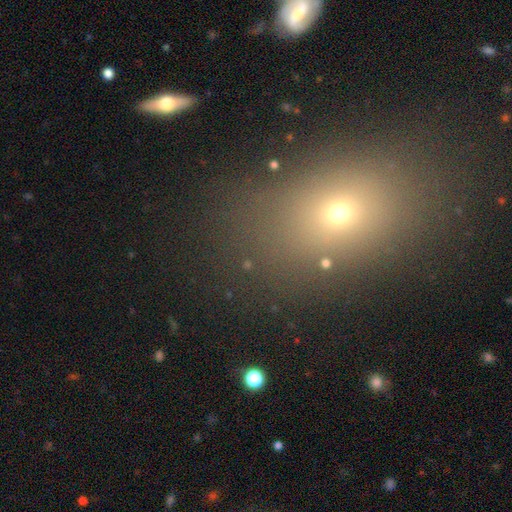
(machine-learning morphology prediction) This is possibly a smooth galaxy (57%). How rounded: likely in between (62%). Merging: clearly none (82%).